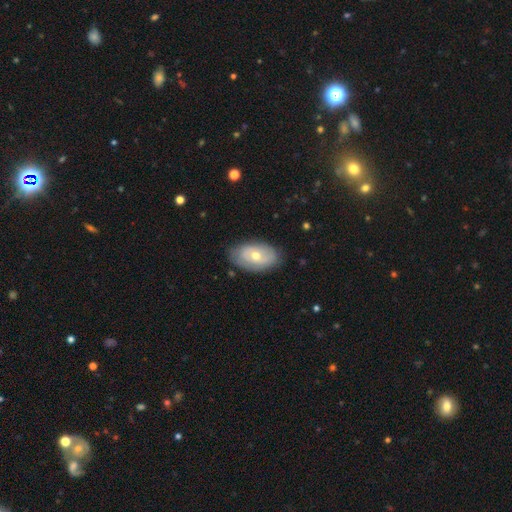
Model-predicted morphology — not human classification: Overall: featured or disk (53%; smooth 41%). Edge-on disk: no (90%). Merging: none (79%).